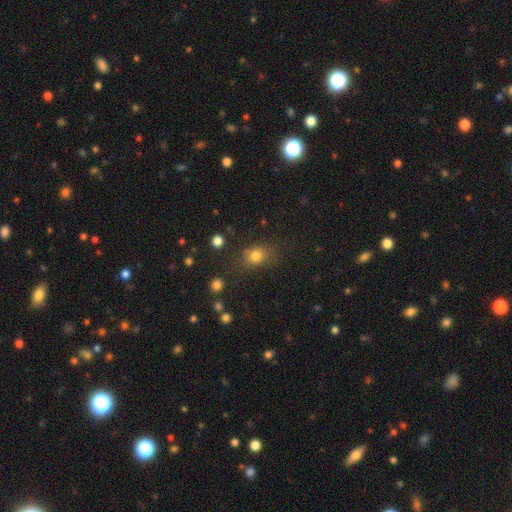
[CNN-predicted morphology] Q: Smooth or featured?
A: smooth (79%); runner-up: star or artifact (14%)
Q: How rounded?
A: round (50%); runner-up: in between (48%)
Q: Merging?
A: none (67%); runner-up: minor disturbance (19%)